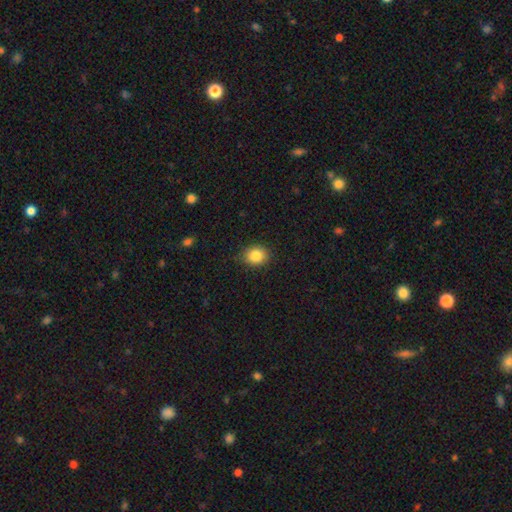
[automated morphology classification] Smooth or featured? smooth (84%)
How rounded? round (62%)
Merging? none (84%)